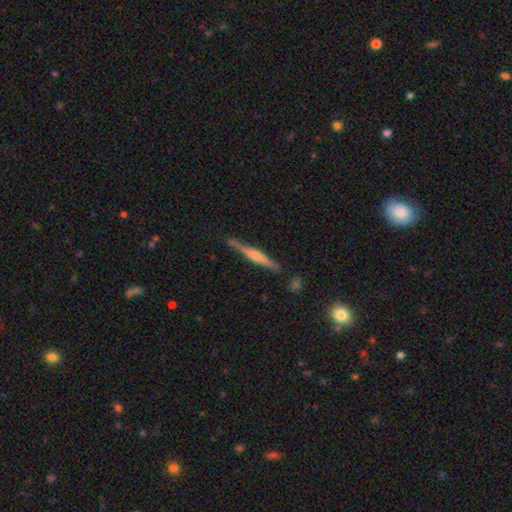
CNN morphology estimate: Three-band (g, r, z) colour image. It shows a featured or disk galaxy (66%) viewed edge-on (98%) with a rounded central bulge (62%). Merging: none (85%).